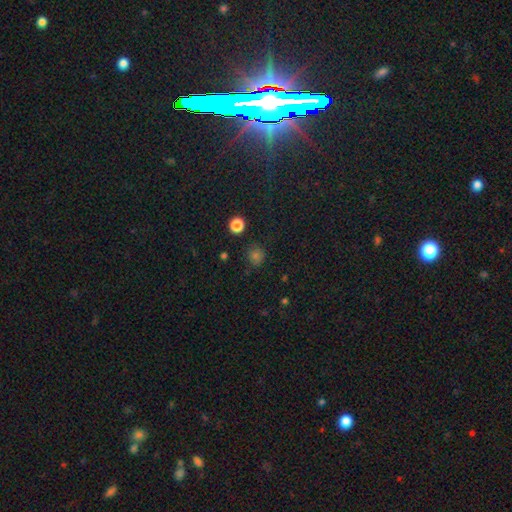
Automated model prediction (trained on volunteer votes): Smooth or featured? smooth (69%)
How rounded? round (87%)
Merging? none (82%)